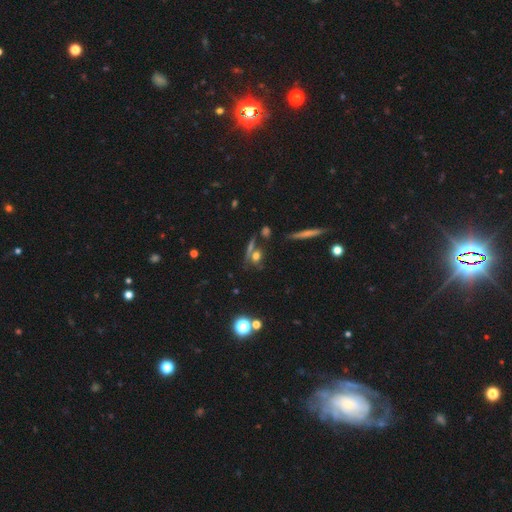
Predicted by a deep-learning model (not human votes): A smooth galaxy with no disk features (53%) that is round (43%).

Vote fractions:
- Smooth or featured? smooth: 53% / featured or disk: 28% / star or artifact: 19%
- How rounded? round: 43% / in between: 39% / cigar-shaped: 18%
- Merging? none: 56% / merger: 21% / minor disturbance: 15% / major disturbance: 9%